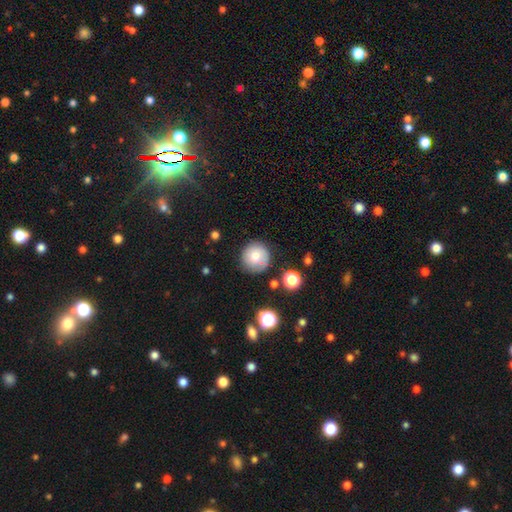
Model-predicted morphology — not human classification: A smooth galaxy with no disk features (75%) that is round (94%). Merging: none (79%).